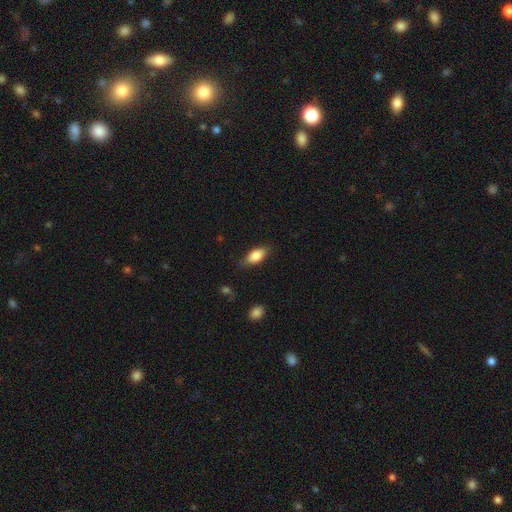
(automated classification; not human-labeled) Smooth or featured?
  - smooth: 81% *
  - featured or disk: 12%
  - star or artifact: 7%
How rounded?
  - in between: 86% *
  - cigar-shaped: 11%
  - round: 3%
Merging?
  - none: 80% *
  - minor disturbance: 16%
  - major disturbance: 3%
  - merger: 1%